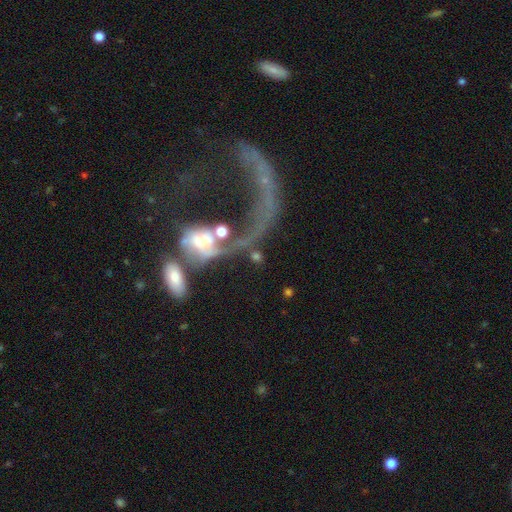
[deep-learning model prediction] Smooth or featured? Predicted: featured or disk (p=0.56). Edge-on disk? Predicted: no (p=0.89). Merging? Predicted: merger (p=0.42).